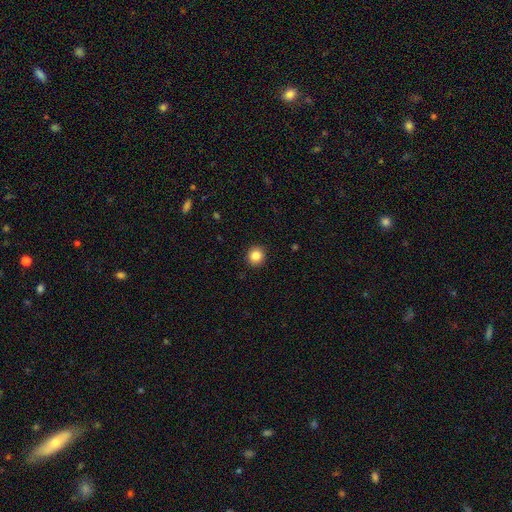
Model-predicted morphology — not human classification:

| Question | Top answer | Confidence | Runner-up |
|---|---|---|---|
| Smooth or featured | smooth | 85% | star or artifact (10%) |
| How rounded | round | 92% | in between (7%) |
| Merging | none | 93% | minor disturbance (5%) |